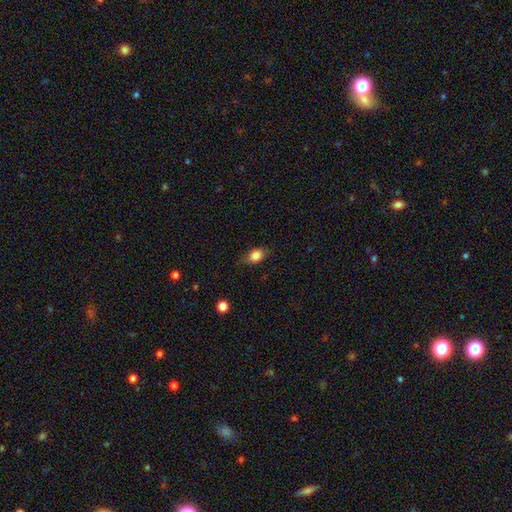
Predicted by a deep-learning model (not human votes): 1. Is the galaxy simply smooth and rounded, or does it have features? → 84% smooth, 9% star or artifact, 7% featured or disk.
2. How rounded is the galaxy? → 72% in between, 26% round, 2% cigar-shaped.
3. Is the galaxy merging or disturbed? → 74% none, 20% minor disturbance, 5% major disturbance, 1% merger.